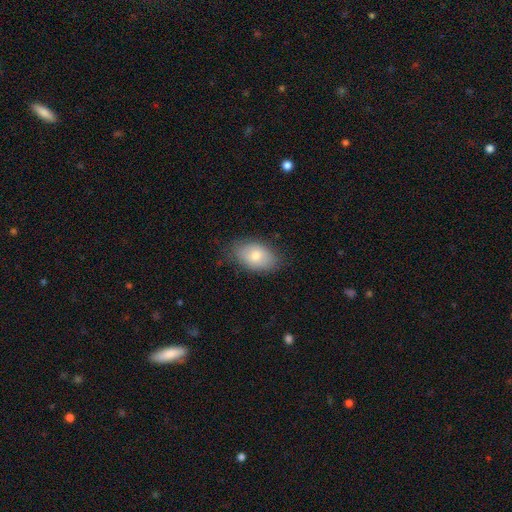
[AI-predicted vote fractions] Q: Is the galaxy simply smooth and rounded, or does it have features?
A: smooth — 79%.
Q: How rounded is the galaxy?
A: in between — 90%.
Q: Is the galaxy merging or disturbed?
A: none — 78%.